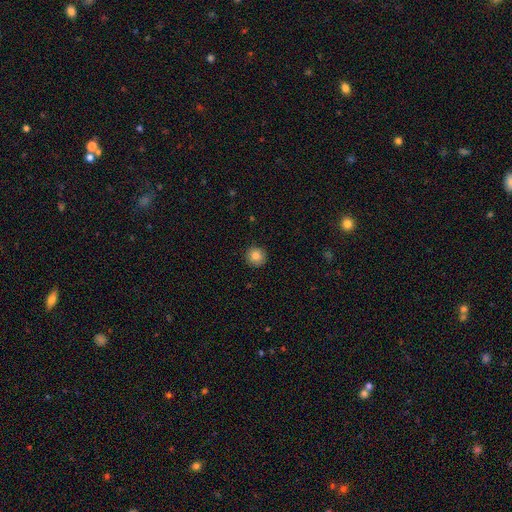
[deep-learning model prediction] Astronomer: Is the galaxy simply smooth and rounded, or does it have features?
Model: smooth — 85%.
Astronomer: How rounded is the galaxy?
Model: round — 94%.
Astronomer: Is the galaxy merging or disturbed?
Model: none — 91%.